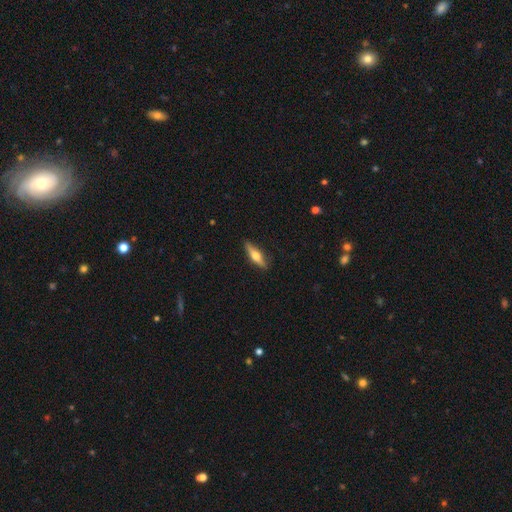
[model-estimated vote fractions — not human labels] smooth_or_featured: featured or disk (p=0.54) [alt: smooth p=0.40]
disk_edge_on: yes (p=0.94) [alt: no p=0.06]
edge_on_bulge: rounded (p=0.94) [alt: boxy p=0.04]
merging: none (p=0.88) [alt: minor disturbance p=0.09]